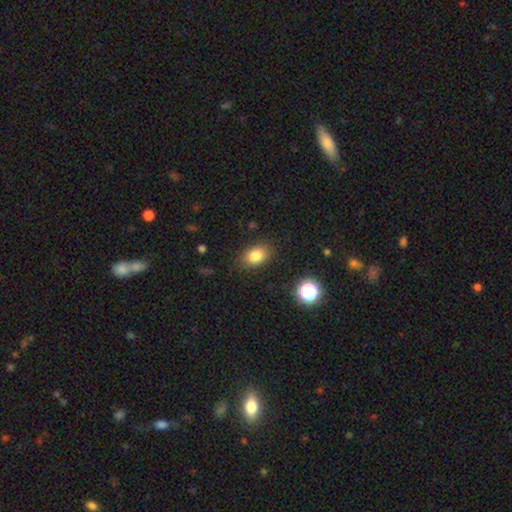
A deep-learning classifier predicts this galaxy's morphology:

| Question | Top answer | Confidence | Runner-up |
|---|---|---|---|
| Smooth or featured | smooth | 81% | star or artifact (11%) |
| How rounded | in between | 74% | round (25%) |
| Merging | none | 84% | minor disturbance (11%) |